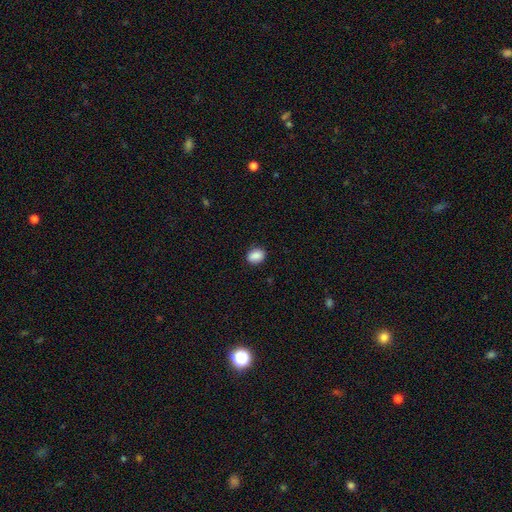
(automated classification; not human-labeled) smooth_or_featured: smooth (p=0.88) [alt: star or artifact p=0.08]
how_rounded: in between (p=0.66) [alt: round p=0.33]
merging: none (p=0.85) [alt: minor disturbance p=0.11]